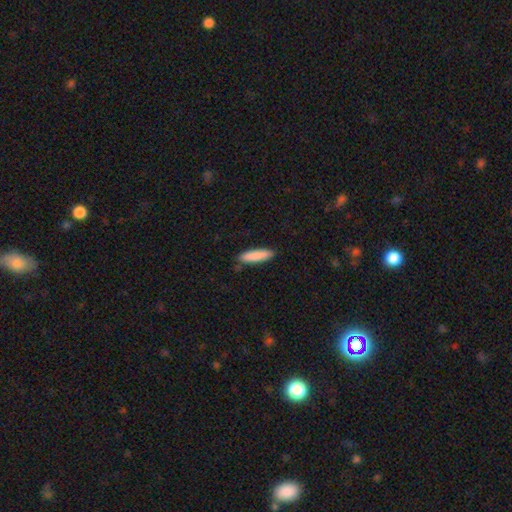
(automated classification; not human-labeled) A smooth galaxy with no disk features (86%) that is cigar-shaped (76%). Merging: none (86%).